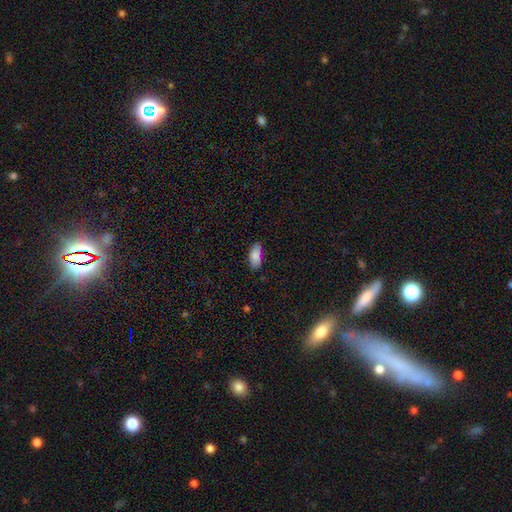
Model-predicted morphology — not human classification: Smooth or featured: smooth — 86% (star or artifact — 7%)
How rounded: in between — 88% (cigar-shaped — 10%)
Merging: none — 81% (minor disturbance — 15%)